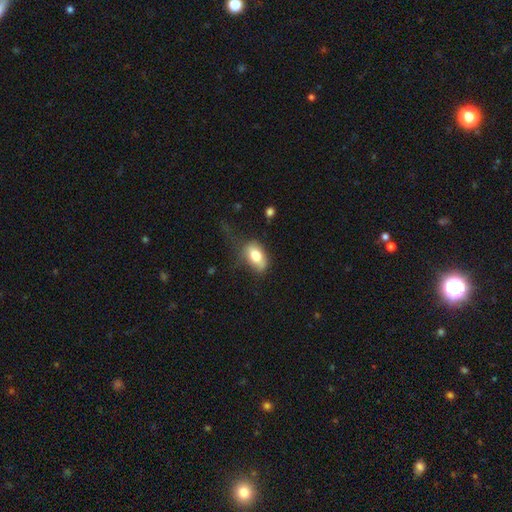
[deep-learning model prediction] Smooth or featured? smooth (77%)
How rounded? in between (90%)
Merging? none (44%)